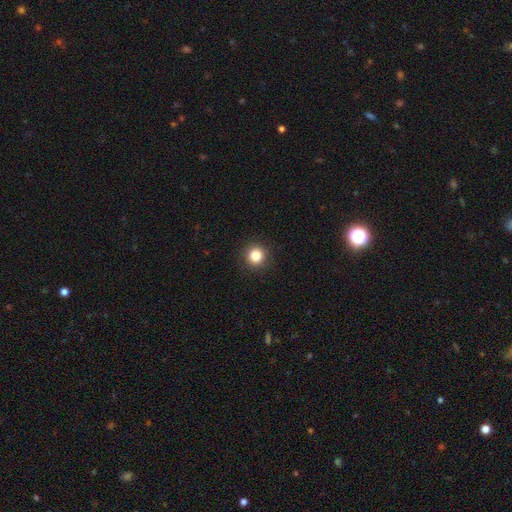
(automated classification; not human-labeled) Smooth or featured? smooth (84%)
How rounded? round (95%)
Merging? none (92%)